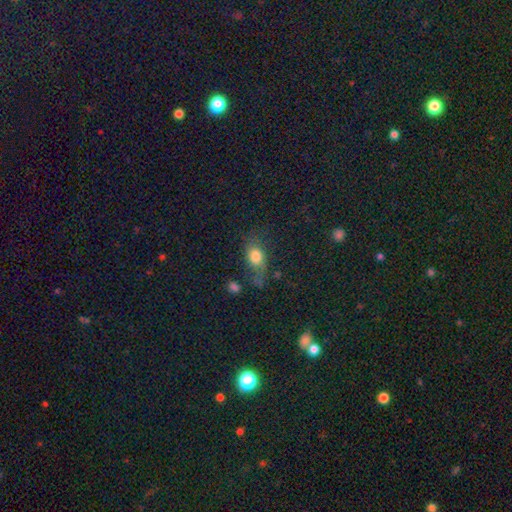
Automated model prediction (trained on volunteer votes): A smooth galaxy with no disk features (68%) that is in between round and cigar-shaped (64%).

Vote fractions:
- Smooth or featured? smooth: 68% / featured or disk: 18% / star or artifact: 14%
- How rounded? in between: 64% / round: 31% / cigar-shaped: 6%
- Merging? none: 49% / minor disturbance: 24% / major disturbance: 19% / merger: 8%